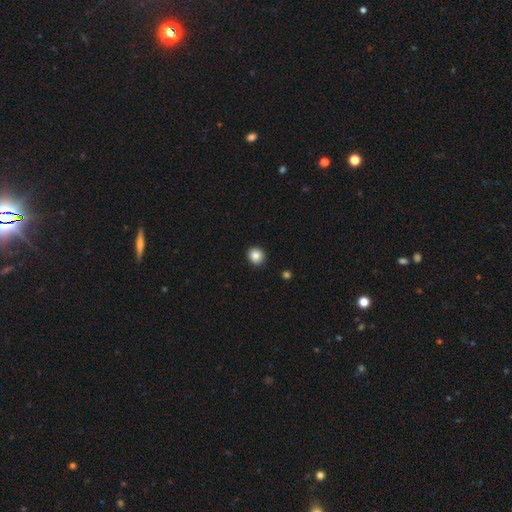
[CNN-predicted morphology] smooth 86%, star or artifact 10%, featured or disk 4%. Down the decision tree: how rounded — round (87%); merging — none (92%).